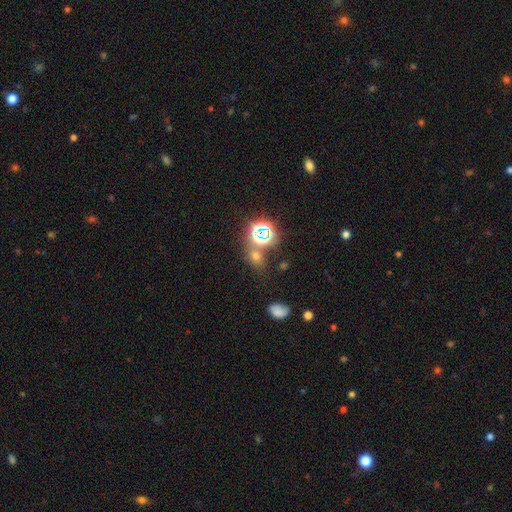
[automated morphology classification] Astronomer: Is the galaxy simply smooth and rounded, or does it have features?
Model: smooth — 49% (runner-up: star or artifact, 41%).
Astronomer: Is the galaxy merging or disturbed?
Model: none — 63%.